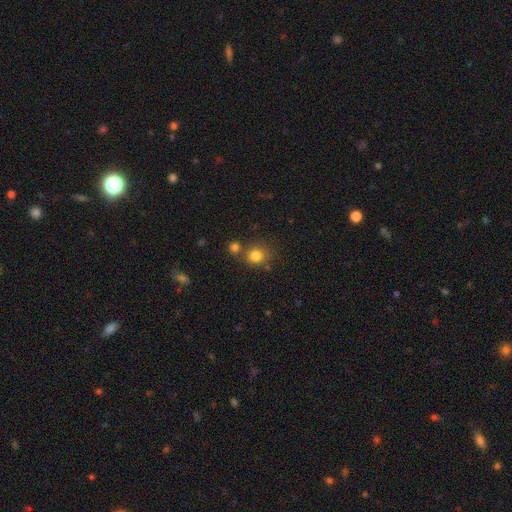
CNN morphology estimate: Smooth or featured? smooth (80%)
How rounded? round (84%)
Merging? none (66%)